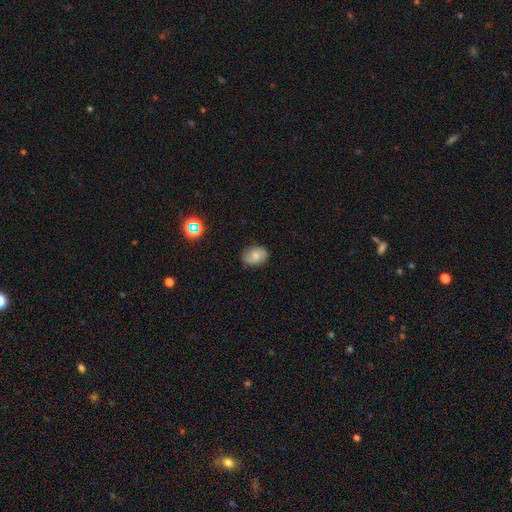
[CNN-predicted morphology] This appears to be a smooth galaxy with no disk features (64%) that is in between round and cigar-shaped (63%). Merging: none (78%).